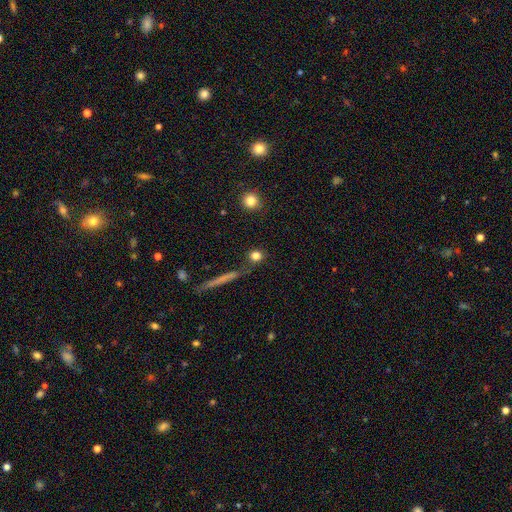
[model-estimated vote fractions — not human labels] The model was most divided on "merging": none: 78%, minor disturbance: 11%, merger: 7%, major disturbance: 4%. More confident: how rounded — round (82%); smooth or featured — smooth (82%).